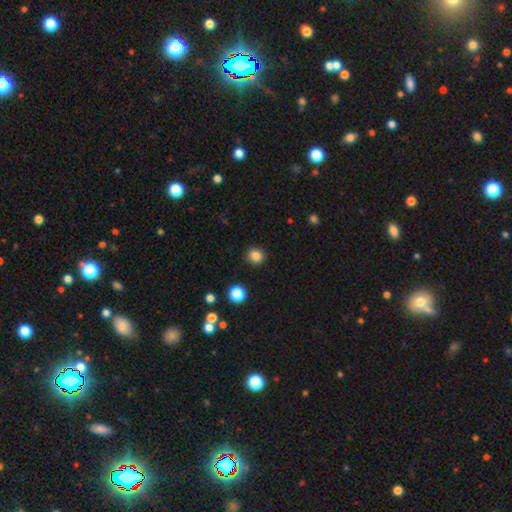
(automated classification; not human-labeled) The model was most divided on "smooth or featured": smooth: 85%, star or artifact: 12%, featured or disk: 4%. More confident: merging — none (92%); how rounded — round (90%).